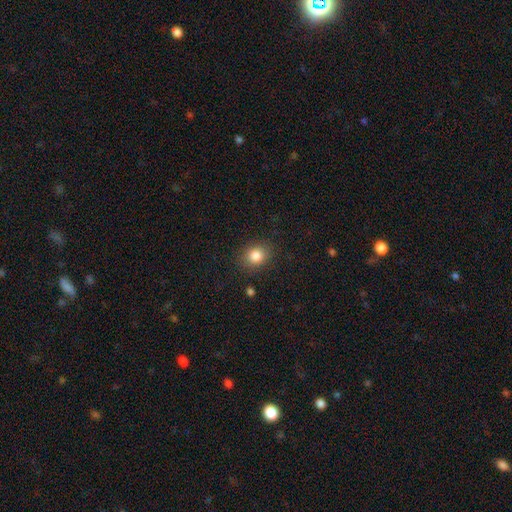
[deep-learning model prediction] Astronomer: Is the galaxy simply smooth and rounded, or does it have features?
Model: smooth — 84%.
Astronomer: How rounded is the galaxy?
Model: round — 62% (runner-up: in between, 37%).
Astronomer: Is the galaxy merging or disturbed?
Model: none — 86%.